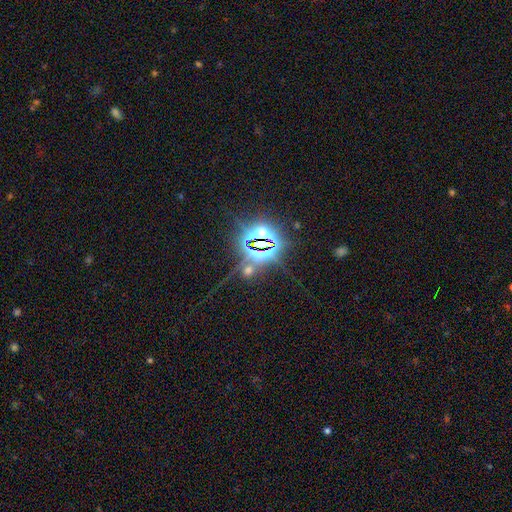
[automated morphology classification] This appears to be a star or artifact, not a galaxy (82%).